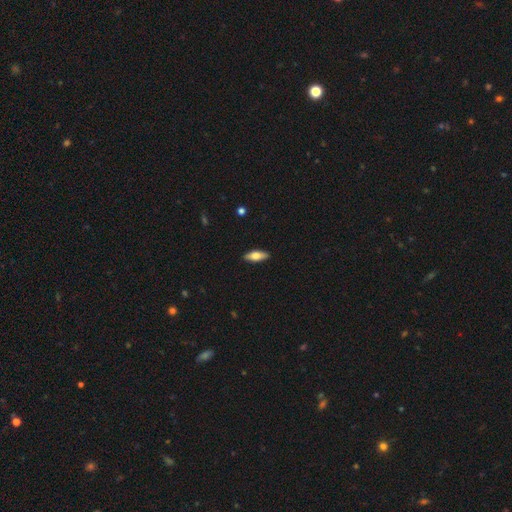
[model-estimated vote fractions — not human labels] Smooth or featured? smooth (71%)
How rounded? in between (71%)
Merging? none (89%)